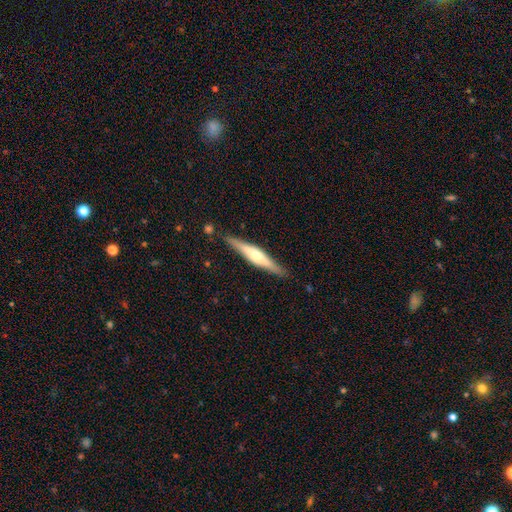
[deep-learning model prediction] smooth_or_featured: featured or disk (p=0.64) [alt: smooth p=0.31]
disk_edge_on: yes (p=0.96) [alt: no p=0.04]
edge_on_bulge: rounded (p=0.80) [alt: boxy p=0.12]
merging: none (p=0.88) [alt: minor disturbance p=0.09]